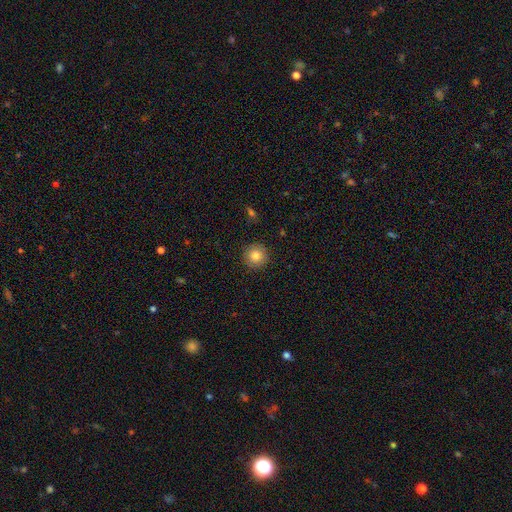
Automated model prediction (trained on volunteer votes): smooth_or_featured: smooth (p=0.82) [alt: star or artifact p=0.10]
how_rounded: round (p=0.95) [alt: in between p=0.04]
merging: none (p=0.91) [alt: minor disturbance p=0.06]